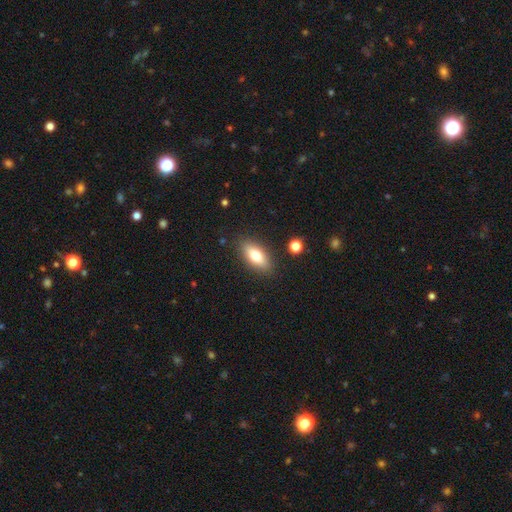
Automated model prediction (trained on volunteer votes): This appears to be a smooth galaxy with no disk features (71%) that is in between round and cigar-shaped (80%). Merging: none (86%).